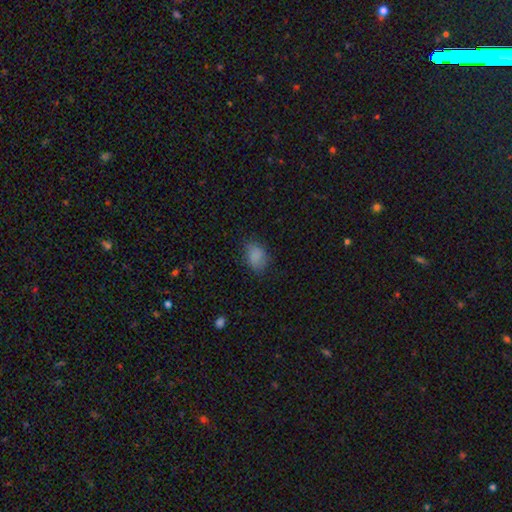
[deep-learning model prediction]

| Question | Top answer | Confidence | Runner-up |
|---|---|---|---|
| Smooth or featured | smooth | 83% | star or artifact (10%) |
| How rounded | in between | 72% | round (27%) |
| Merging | none | 70% | minor disturbance (22%) |